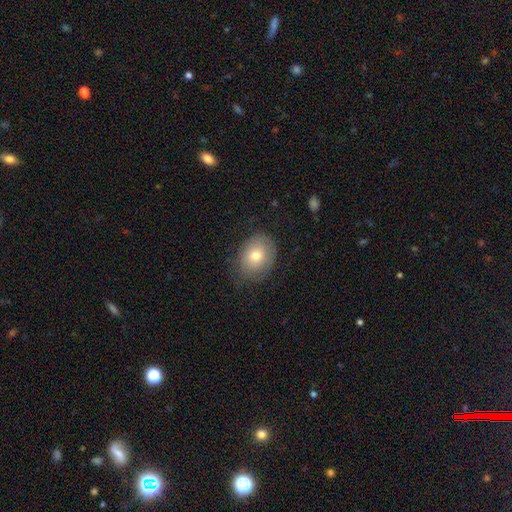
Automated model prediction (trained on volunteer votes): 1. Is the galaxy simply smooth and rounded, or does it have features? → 72% smooth, 19% featured or disk, 8% star or artifact.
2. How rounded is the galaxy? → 64% in between, 35% round, 1% cigar-shaped.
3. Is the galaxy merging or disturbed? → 74% none, 19% minor disturbance, 6% major disturbance, 1% merger.